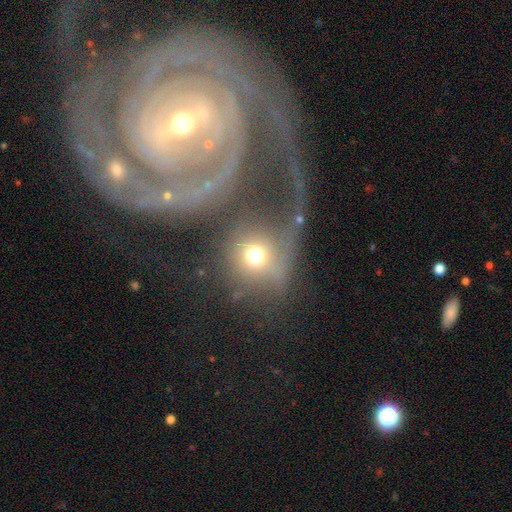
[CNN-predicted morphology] Smooth or featured? smooth (59%)
How rounded? round (84%)
Merging? none (37%)